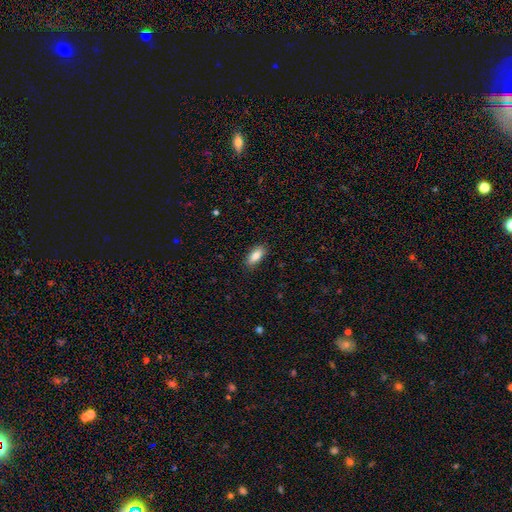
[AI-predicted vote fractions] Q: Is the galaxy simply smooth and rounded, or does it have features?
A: smooth — 86%.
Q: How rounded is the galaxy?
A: in between — 87%.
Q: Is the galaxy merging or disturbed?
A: none — 87%.